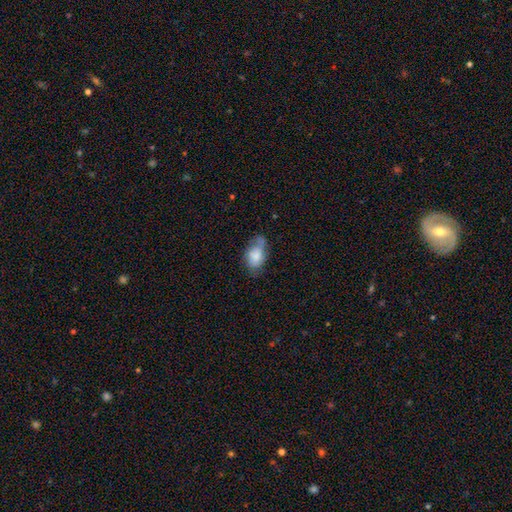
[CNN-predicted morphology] Q: Smooth or featured?
A: smooth (70%); runner-up: featured or disk (22%)
Q: How rounded?
A: in between (89%); runner-up: round (8%)
Q: Merging?
A: none (43%); runner-up: minor disturbance (36%)